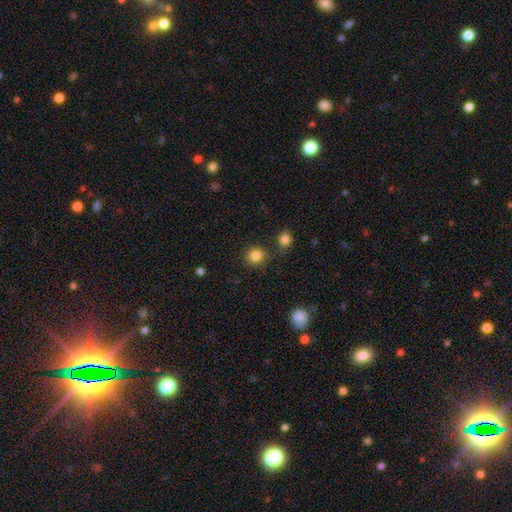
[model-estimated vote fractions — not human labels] Smooth or featured? Predicted: smooth (p=0.85). How rounded? Predicted: round (p=0.88). Merging? Predicted: none (p=0.79).